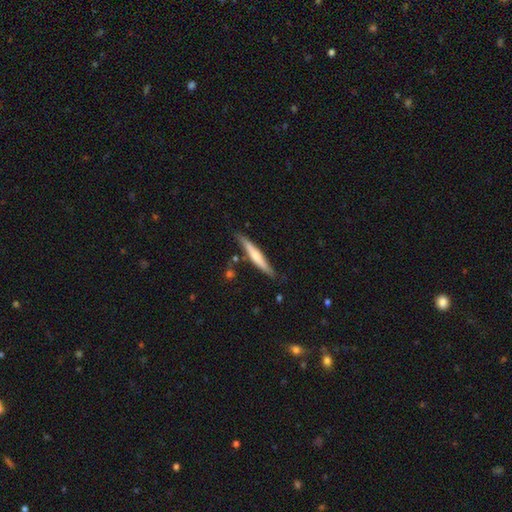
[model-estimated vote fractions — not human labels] Smooth or featured?
  - smooth: 49% *
  - featured or disk: 45%
  - star or artifact: 5%
Merging?
  - none: 80% *
  - minor disturbance: 14%
  - merger: 4%
  - major disturbance: 2%